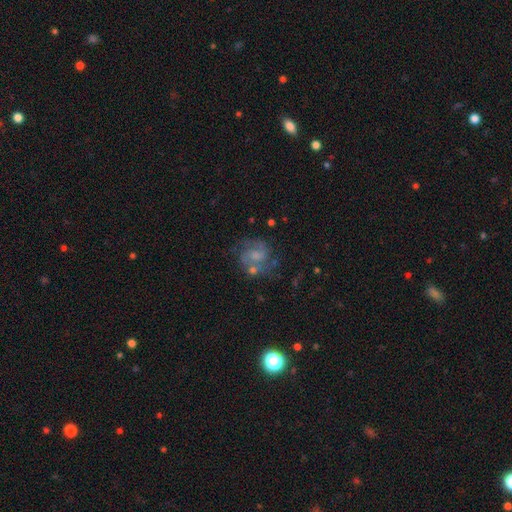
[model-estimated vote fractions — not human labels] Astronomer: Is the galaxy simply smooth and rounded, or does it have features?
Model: featured or disk — 68%.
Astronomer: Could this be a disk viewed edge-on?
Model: no — 98%.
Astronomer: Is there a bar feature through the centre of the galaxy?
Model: no — 55% (runner-up: weak, 39%).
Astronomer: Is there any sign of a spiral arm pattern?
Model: yes — 88%.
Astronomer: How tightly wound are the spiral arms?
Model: medium — 52%.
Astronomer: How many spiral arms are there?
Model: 2 — 78%.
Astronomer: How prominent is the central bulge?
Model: small — 38% (runner-up: moderate, 36%).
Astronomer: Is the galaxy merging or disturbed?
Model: none — 59%.